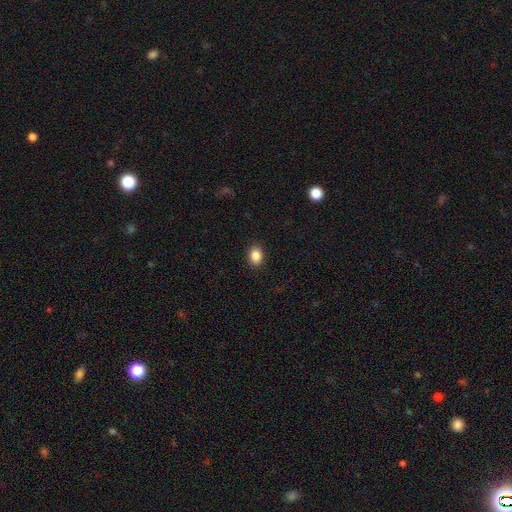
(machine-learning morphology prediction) A smooth galaxy with no disk features (86%) that is in between round and cigar-shaped (62%). Merging: none (90%).